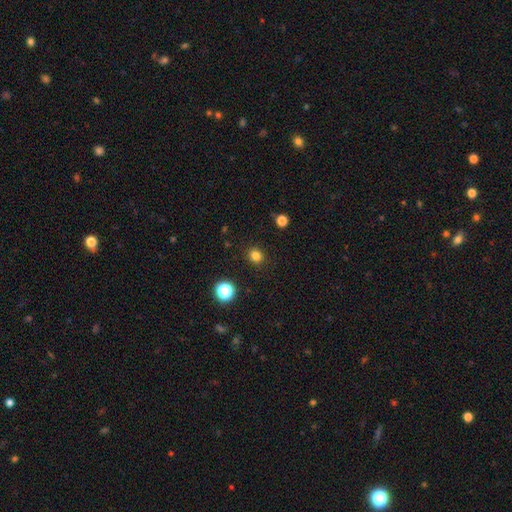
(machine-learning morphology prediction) type=smooth (81%); roundness=round (79%); merging=none (90%).